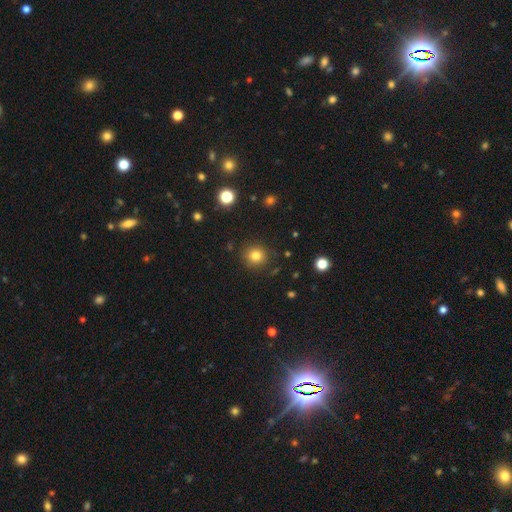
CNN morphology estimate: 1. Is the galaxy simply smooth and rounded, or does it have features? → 81% smooth, 13% star or artifact, 6% featured or disk.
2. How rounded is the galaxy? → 90% round, 9% in between, 1% cigar-shaped.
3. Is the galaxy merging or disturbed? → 88% none, 8% minor disturbance, 3% major disturbance, 2% merger.